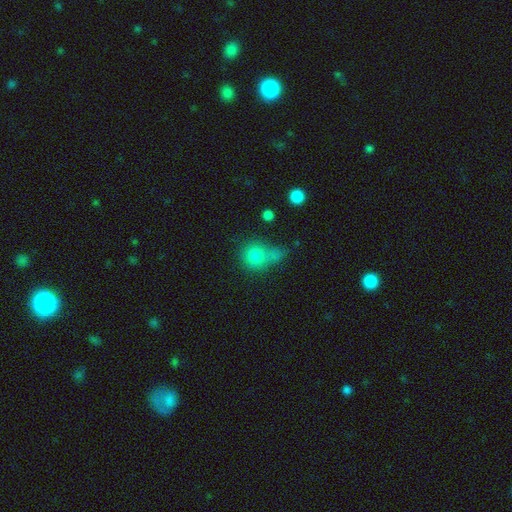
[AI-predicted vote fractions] This is likely a smooth galaxy (78%). How rounded: likely round (80%). Merging: marginally none (38%).